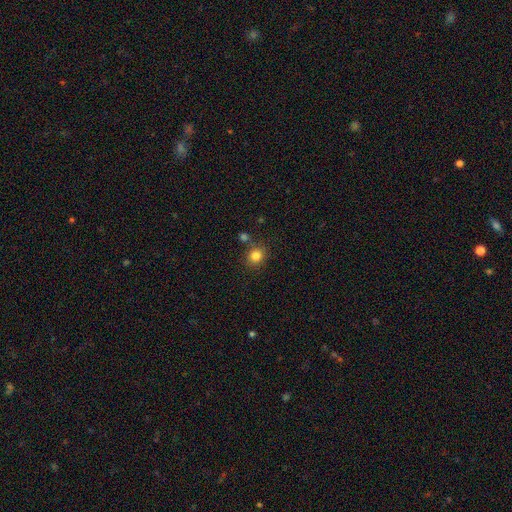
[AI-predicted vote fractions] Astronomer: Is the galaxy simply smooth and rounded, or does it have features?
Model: smooth — 82%.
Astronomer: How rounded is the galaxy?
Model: round — 83%.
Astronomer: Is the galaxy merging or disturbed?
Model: none — 78%.